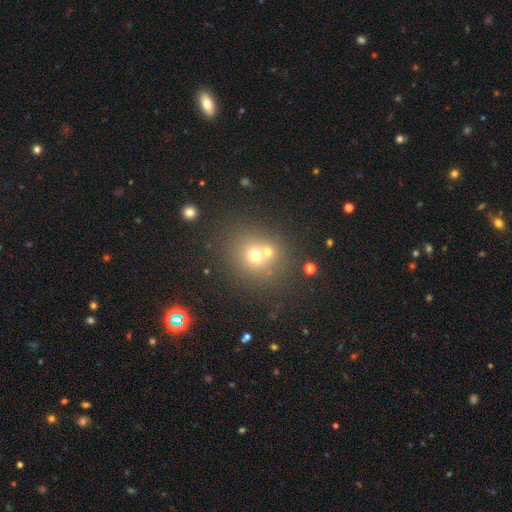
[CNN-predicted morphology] type=smooth (65%); roundness=round (80%); merging=none (54%).